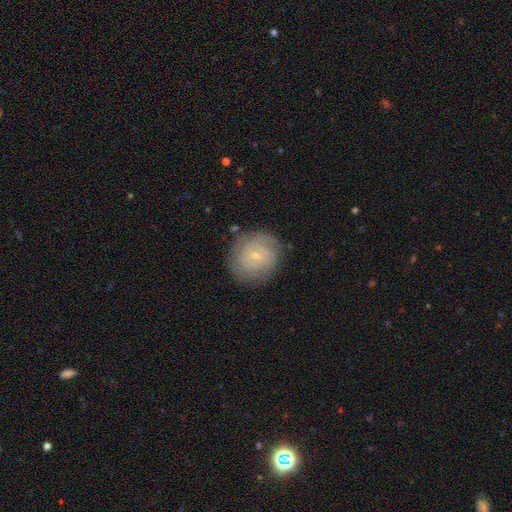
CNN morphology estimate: smooth_or_featured: featured or disk (p=0.57) [alt: smooth p=0.35]
disk_edge_on: no (p=0.97) [alt: yes p=0.03]
bar: no (p=0.65) [alt: weak p=0.30]
has_spiral_arms: yes (p=0.80) [alt: no p=0.20]
bulge_size: small (p=0.79) [alt: moderate p=0.18]
merging: none (p=0.79) [alt: minor disturbance p=0.15]